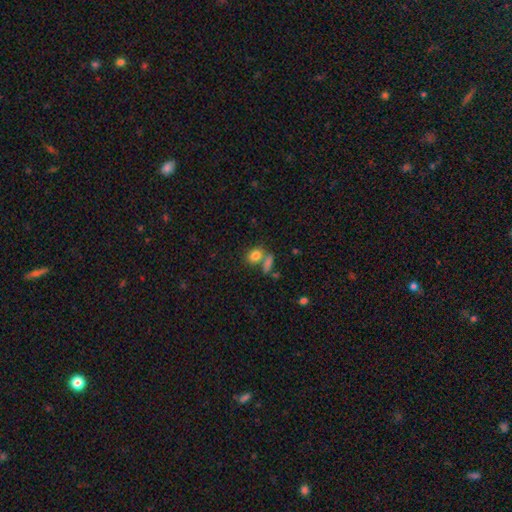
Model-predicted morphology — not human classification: Overall: smooth (81%). How rounded: in between (57%; round 41%). Merging: none (53%; merger 31%).